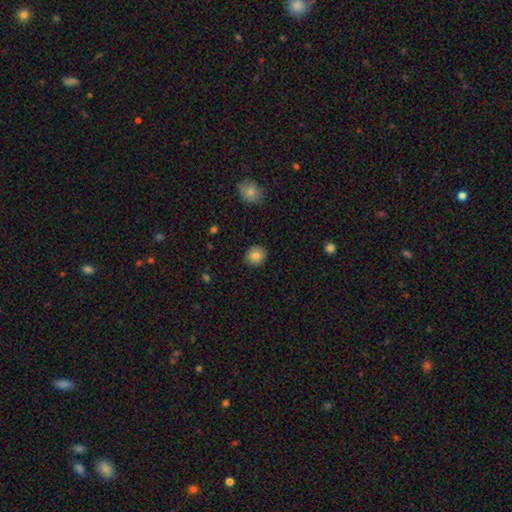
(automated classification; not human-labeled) The model was most divided on "how rounded": round: 85%, in between: 14%, cigar-shaped: 1%. More confident: merging — none (90%); smooth or featured — smooth (83%).